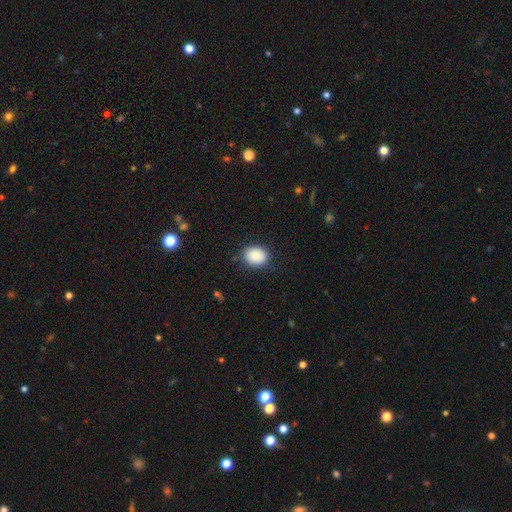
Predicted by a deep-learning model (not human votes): This appears to be a smooth galaxy with no disk features (88%) that is in between round and cigar-shaped (52%). Merging: none (86%).